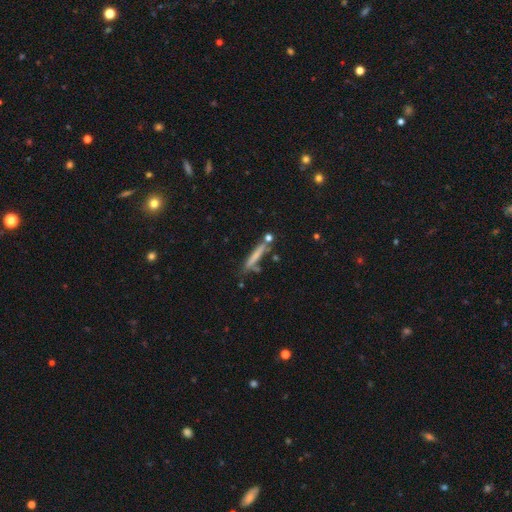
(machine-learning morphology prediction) Smooth or featured: smooth — 59% (featured or disk — 32%)
How rounded: cigar-shaped — 93% (in between — 5%)
Merging: none — 67% (minor disturbance — 17%)